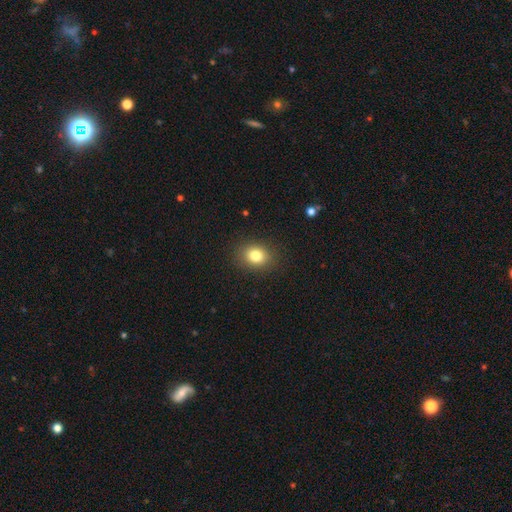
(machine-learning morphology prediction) type=smooth (81%); roundness=round (53%); merging=none (88%).